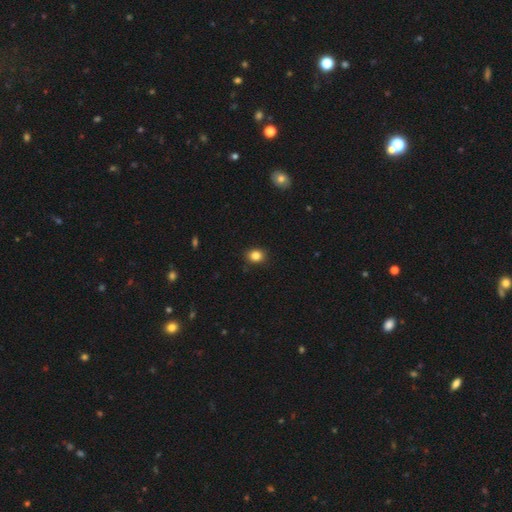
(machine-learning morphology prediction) Q: Smooth or featured?
A: smooth (84%); runner-up: star or artifact (11%)
Q: How rounded?
A: round (61%); runner-up: in between (38%)
Q: Merging?
A: none (88%); runner-up: minor disturbance (9%)